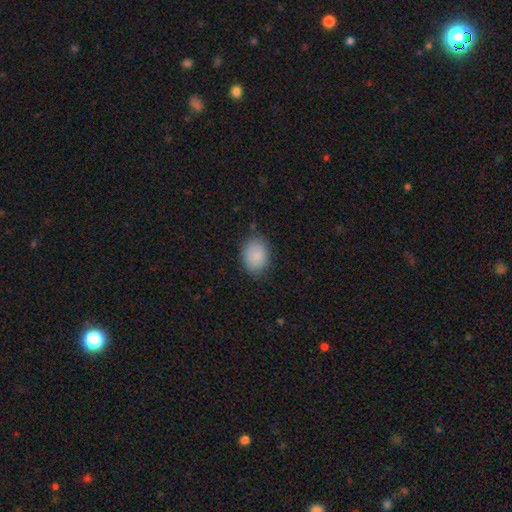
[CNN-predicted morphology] This is clearly a smooth galaxy (87%). How rounded: likely in between (66%). Merging: clearly none (80%).